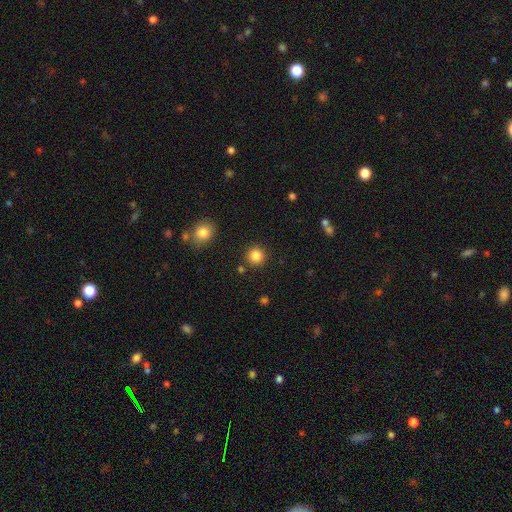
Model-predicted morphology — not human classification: A smooth galaxy with no disk features (85%) that is round (94%).

Vote fractions:
- Smooth or featured? smooth: 85% / star or artifact: 11% / featured or disk: 4%
- How rounded? round: 94% / in between: 5% / cigar-shaped: 1%
- Merging? none: 88% / minor disturbance: 6% / merger: 3% / major disturbance: 2%